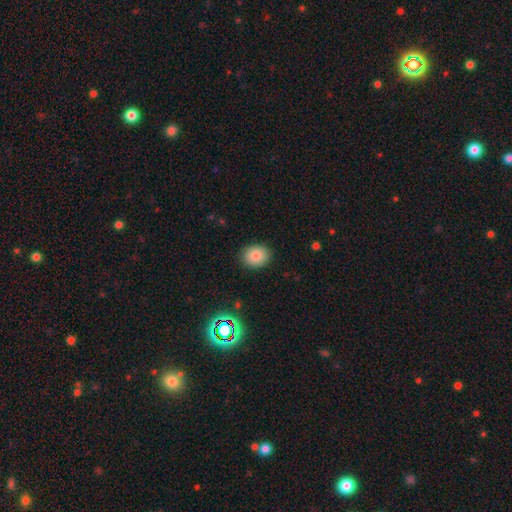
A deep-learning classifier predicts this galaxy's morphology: Smooth or featured?
  - smooth: 84% *
  - star or artifact: 10%
  - featured or disk: 6%
How rounded?
  - round: 56% *
  - in between: 43%
  - cigar-shaped: 1%
Merging?
  - none: 88% *
  - minor disturbance: 8%
  - major disturbance: 2%
  - merger: 1%